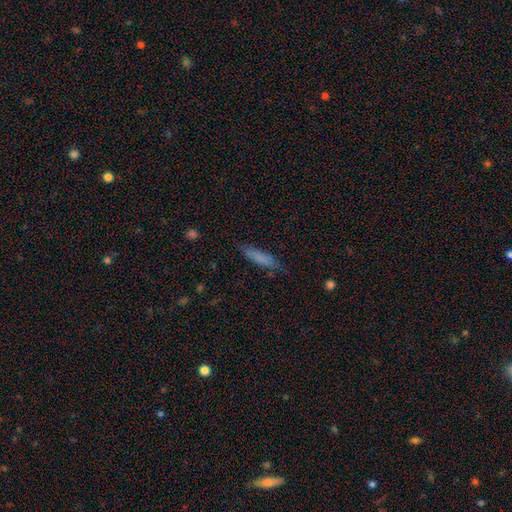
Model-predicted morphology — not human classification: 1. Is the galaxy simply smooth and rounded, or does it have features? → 74% smooth, 17% featured or disk, 9% star or artifact.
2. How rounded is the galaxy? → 79% cigar-shaped, 20% in between, 2% round.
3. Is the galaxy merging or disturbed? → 76% none, 18% minor disturbance, 4% major disturbance, 2% merger.